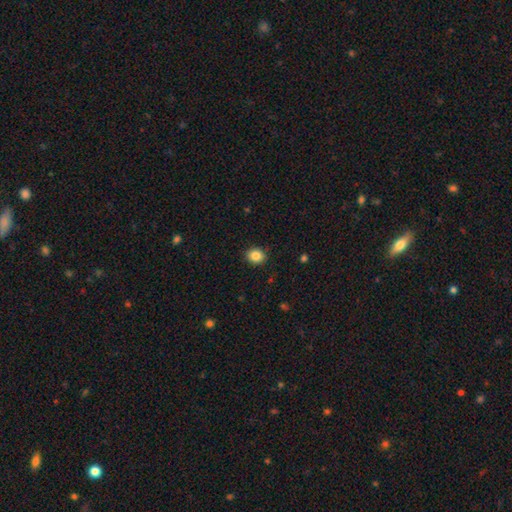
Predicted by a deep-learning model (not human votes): Overall: smooth (85%). How rounded: round (61%; in between 38%). Merging: none (89%).